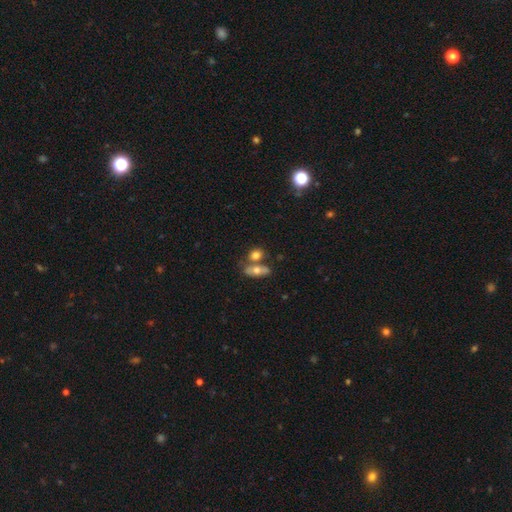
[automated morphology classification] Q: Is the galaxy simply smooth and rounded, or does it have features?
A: smooth — 71%.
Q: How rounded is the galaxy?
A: in between — 63%.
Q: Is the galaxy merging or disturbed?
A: none — 44%.